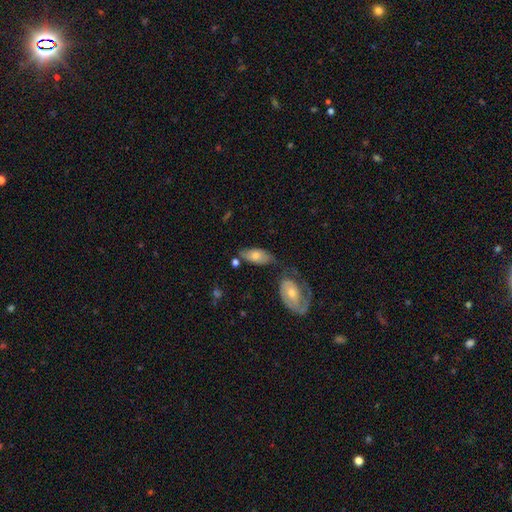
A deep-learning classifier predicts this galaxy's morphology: A smooth galaxy with no disk features (62%) that is in between round and cigar-shaped (89%). Merging: none (50%).